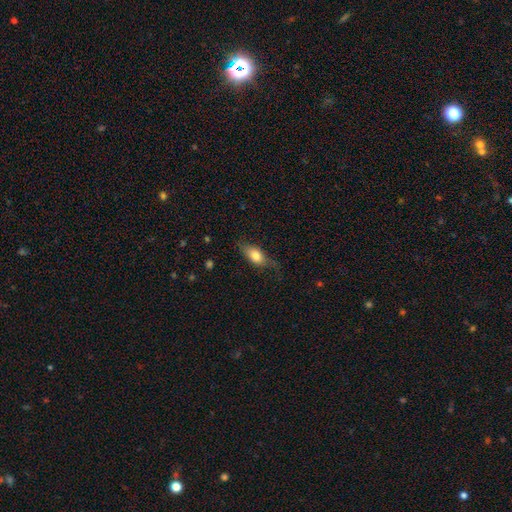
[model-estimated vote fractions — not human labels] Q: Smooth or featured?
A: smooth (75%); runner-up: featured or disk (18%)
Q: How rounded?
A: in between (82%); runner-up: cigar-shaped (12%)
Q: Merging?
A: none (61%); runner-up: minor disturbance (28%)